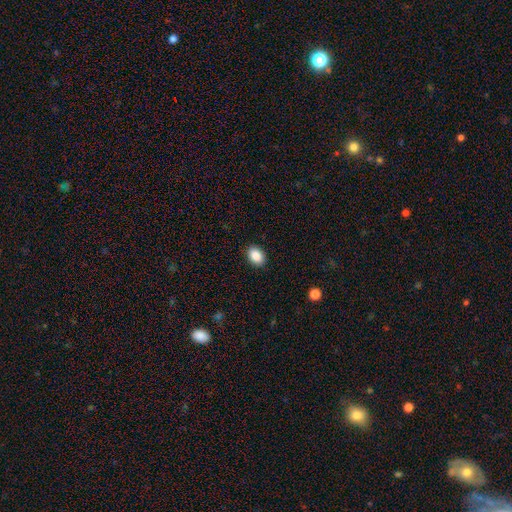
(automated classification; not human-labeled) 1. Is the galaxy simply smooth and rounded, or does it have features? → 87% smooth, 8% star or artifact, 5% featured or disk.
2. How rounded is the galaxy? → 77% in between, 22% round, 1% cigar-shaped.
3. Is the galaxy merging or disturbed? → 90% none, 7% minor disturbance, 2% major disturbance, 1% merger.